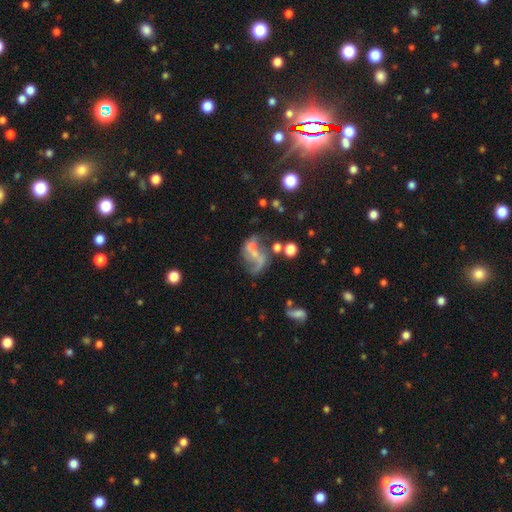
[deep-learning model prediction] Overall: featured or disk (65%). Edge-on disk: no (97%). Bar: no (58%; weak 30%). Spiral arms: yes (69%; no 31%). Bulge size: small (41%; none 37%). Merging: merger (29%; none 28%).